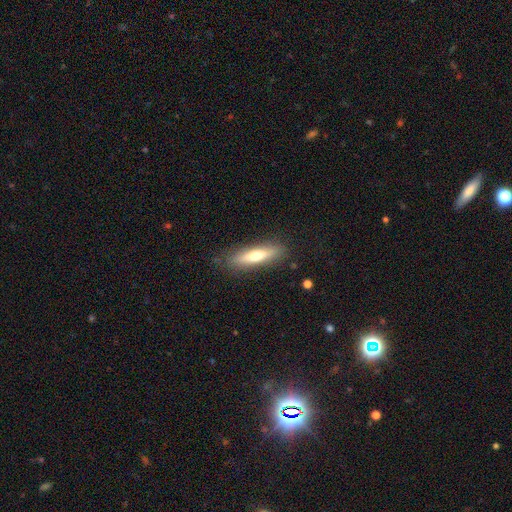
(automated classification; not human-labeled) Overall: smooth (58%; featured or disk 36%). How rounded: cigar-shaped (76%). Merging: none (85%).